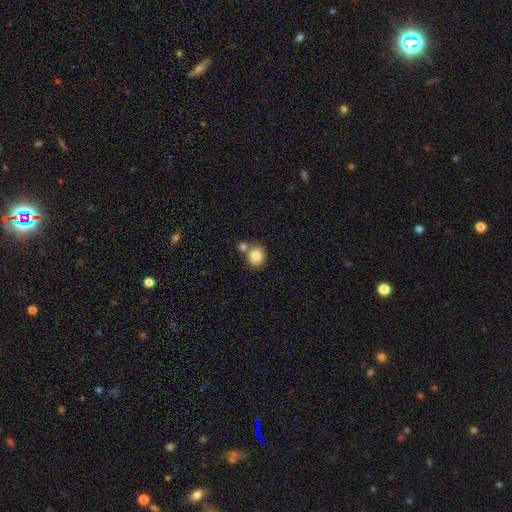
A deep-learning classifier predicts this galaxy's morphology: A smooth galaxy with no disk features (84%) that is round (89%).

Vote fractions:
- Smooth or featured? smooth: 84% / star or artifact: 9% / featured or disk: 7%
- How rounded? round: 89% / in between: 10% / cigar-shaped: 1%
- Merging? none: 65% / merger: 23% / minor disturbance: 10% / major disturbance: 3%